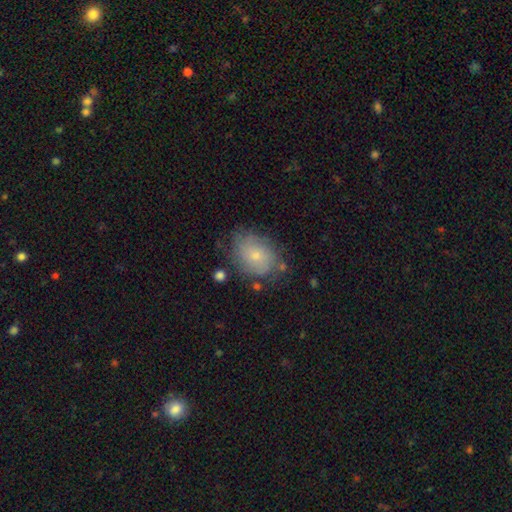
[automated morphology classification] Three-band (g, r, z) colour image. It shows a smooth galaxy with no disk features (58%) that is in between round and cigar-shaped (64%). Merging: none (67%).